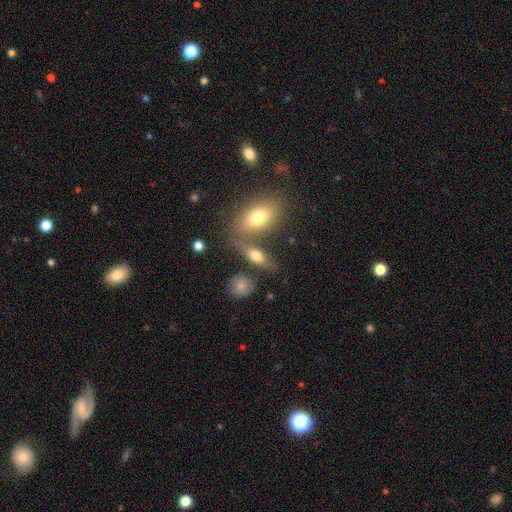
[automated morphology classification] smooth 72%, featured or disk 18%, star or artifact 10%. Down the decision tree: how rounded — in between (78%); merging — none (48%).